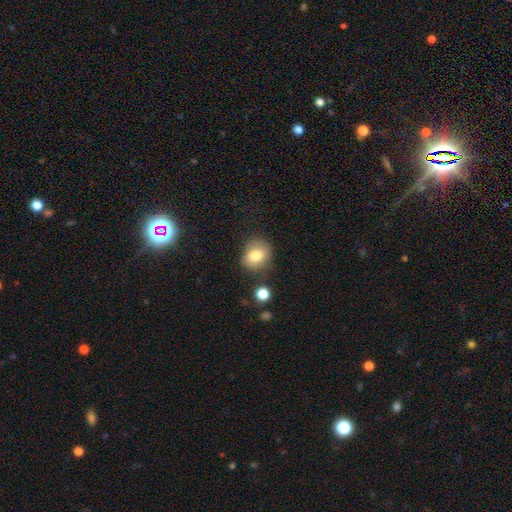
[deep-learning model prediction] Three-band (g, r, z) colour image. It shows a smooth galaxy with no disk features (79%) that is round (62%). Merging: none (72%).